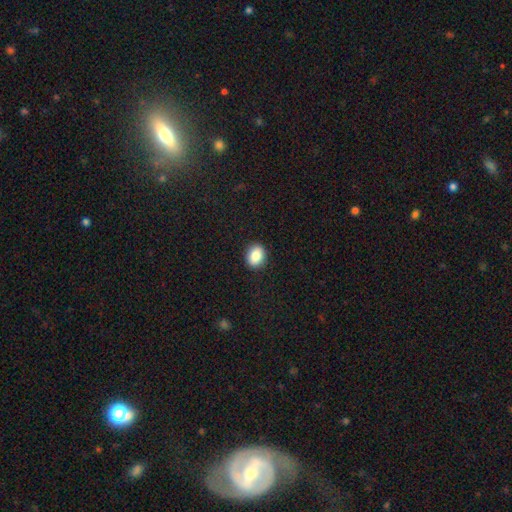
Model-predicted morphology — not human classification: Smooth or featured?
  - smooth: 87% *
  - star or artifact: 8%
  - featured or disk: 5%
How rounded?
  - in between: 63% *
  - round: 36%
  - cigar-shaped: 1%
Merging?
  - none: 91% *
  - minor disturbance: 7%
  - major disturbance: 2%
  - merger: 1%